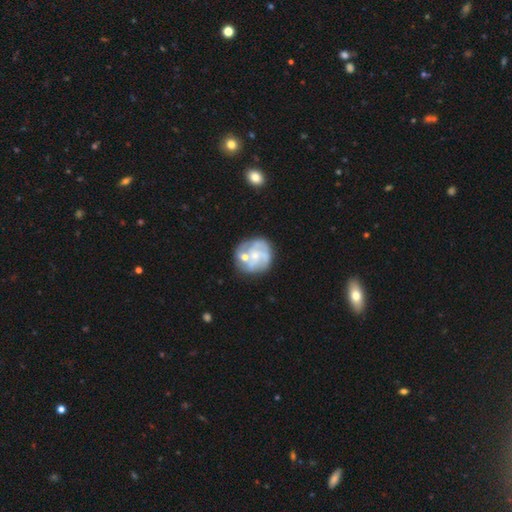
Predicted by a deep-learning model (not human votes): Smooth or featured?
  - featured or disk: 70% *
  - smooth: 23%
  - star or artifact: 7%
Edge-on disk?
  - no: 98% *
  - yes: 2%
Bar?
  - no: 75% *
  - weak: 21%
  - strong: 4%
Spiral arms?
  - yes: 77% *
  - no: 23%
Spiral winding?
  - tight: 43% *
  - medium: 39%
  - loose: 18%
Spiral arm count?
  - 3: 28% *
  - can't tell: 27%
  - 4: 26%
  - 2: 9%
  - more than 4: 5%
  - 1: 4%
Bulge size?
  - small: 56% *
  - moderate: 33%
  - none: 7%
  - large: 2%
  - dominant: 1%
Merging?
  - none: 61% *
  - minor disturbance: 16%
  - merger: 14%
  - major disturbance: 9%